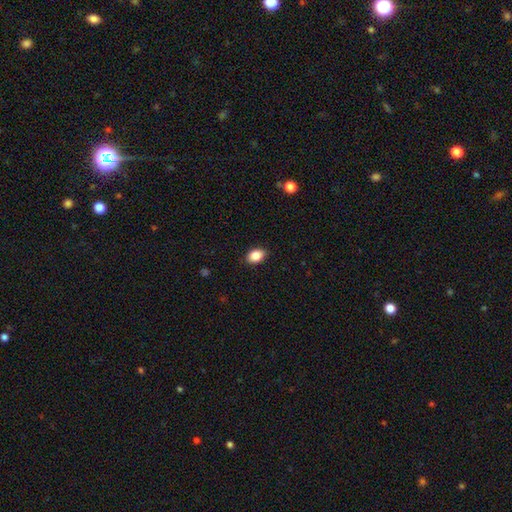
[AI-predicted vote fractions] smooth 86%, star or artifact 8%, featured or disk 6%. Down the decision tree: how rounded — in between (82%); merging — none (88%).